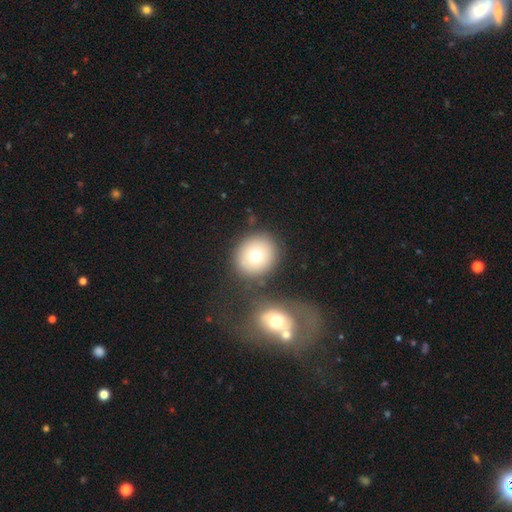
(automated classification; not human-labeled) Smooth or featured? Predicted: smooth (p=0.72). How rounded? Predicted: round (p=0.88). Merging? Predicted: none (p=0.76).